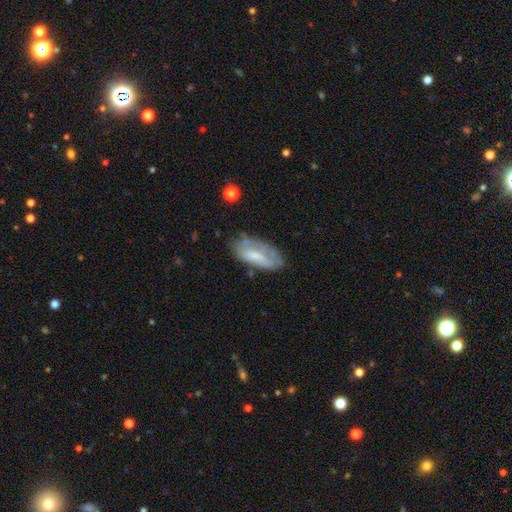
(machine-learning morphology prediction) smooth-or-featured: smooth: 52% | featured or disk: 40% | star or artifact: 7%
  how-rounded: in between: 83% | cigar-shaped: 14% | round: 2%
  merging: none: 55% | minor disturbance: 28% | major disturbance: 13% | merger: 4%